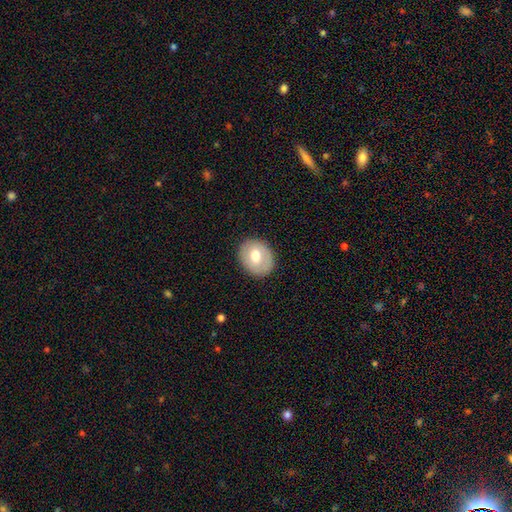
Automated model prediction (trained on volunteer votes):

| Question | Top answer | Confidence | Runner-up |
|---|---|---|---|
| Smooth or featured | smooth | 65% | featured or disk (28%) |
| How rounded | round | 55% | in between (44%) |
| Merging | none | 87% | minor disturbance (9%) |